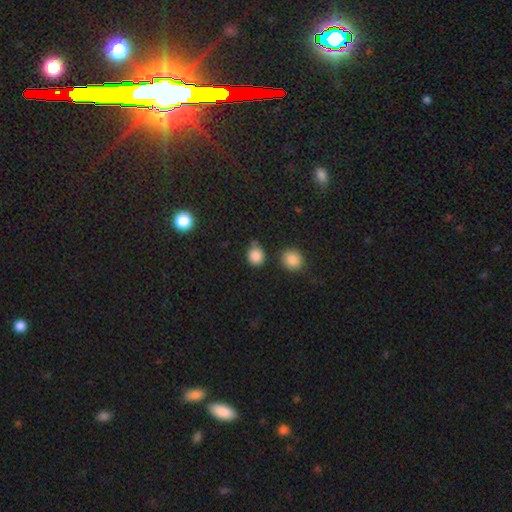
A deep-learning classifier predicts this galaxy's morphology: The model was most divided on "merging": none: 72%, minor disturbance: 16%, merger: 8%, major disturbance: 4%. More confident: smooth or featured — smooth (85%); how rounded — round (84%).